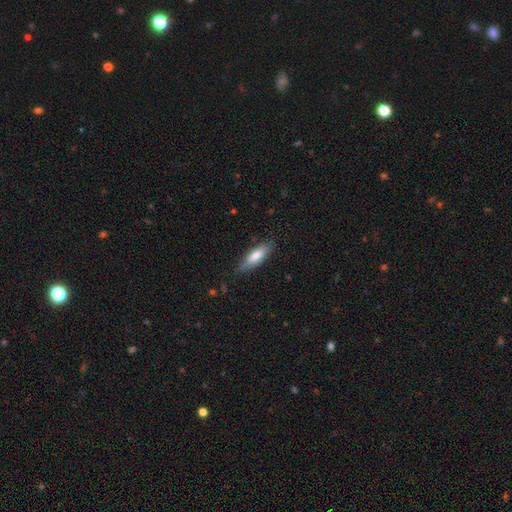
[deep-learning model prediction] Q: Smooth or featured?
A: smooth (73%); runner-up: featured or disk (21%)
Q: How rounded?
A: in between (50%); runner-up: cigar-shaped (48%)
Q: Merging?
A: none (78%); runner-up: minor disturbance (18%)